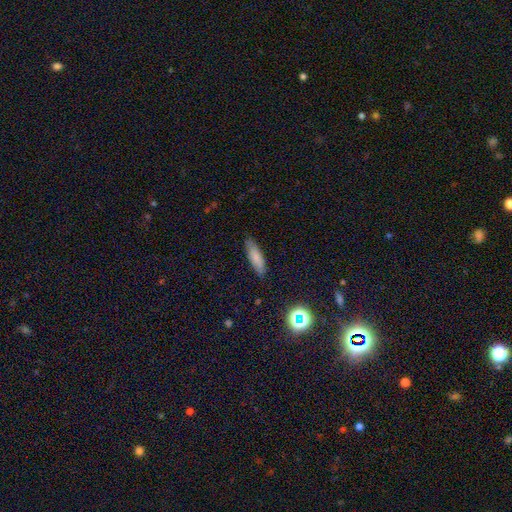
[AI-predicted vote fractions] This is likely a smooth galaxy (77%). How rounded: likely cigar-shaped (60%). Merging: clearly none (83%).